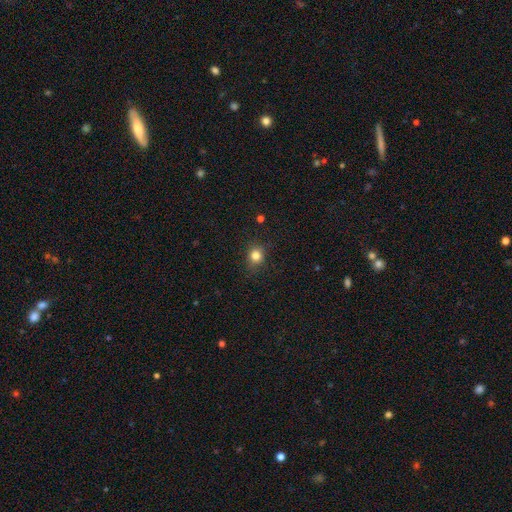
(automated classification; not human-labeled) smooth_or_featured: smooth (p=0.82) [alt: star or artifact p=0.12]
how_rounded: round (p=0.79) [alt: in between p=0.20]
merging: none (p=0.85) [alt: minor disturbance p=0.11]